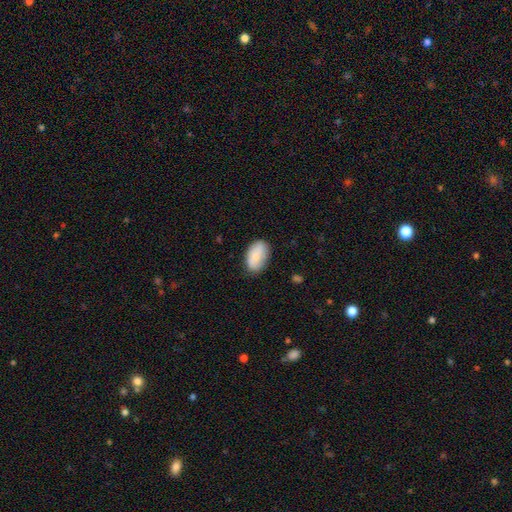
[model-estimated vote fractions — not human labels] Overall: smooth (83%). How rounded: in between (92%). Merging: none (78%).